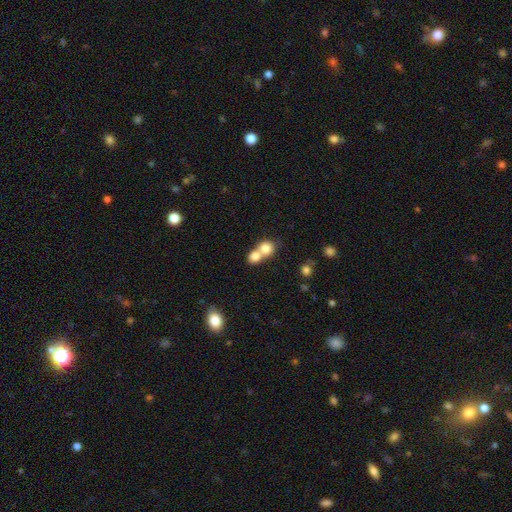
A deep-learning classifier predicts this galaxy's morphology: Overall: smooth (77%). How rounded: round (71%). Merging: merger (68%).